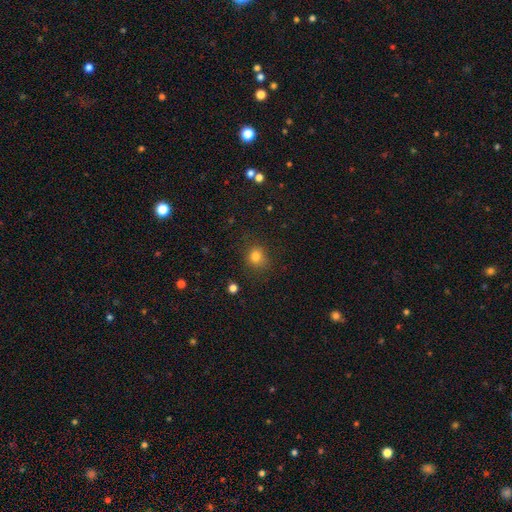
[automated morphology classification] This appears to be a smooth galaxy with no disk features (79%) that is round (76%). Merging: none (78%).